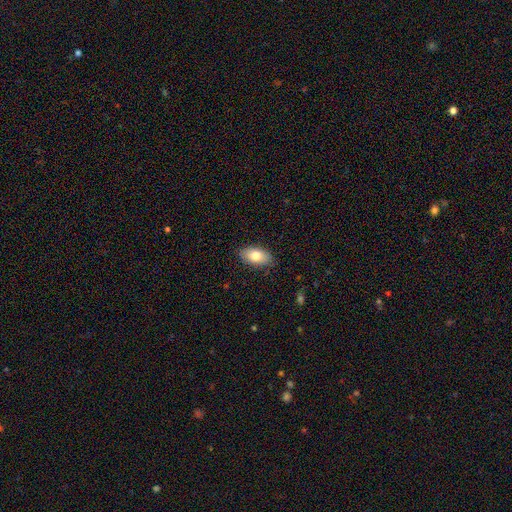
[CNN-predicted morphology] This is likely a smooth galaxy (79%). How rounded: clearly in between (93%). Merging: clearly none (86%).